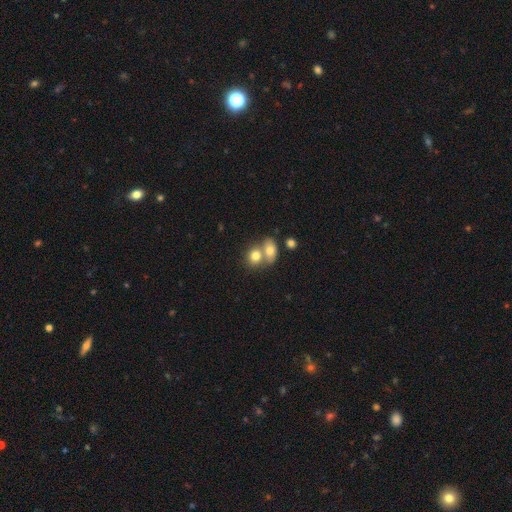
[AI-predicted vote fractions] Smooth or featured: smooth — 76% (featured or disk — 14%)
How rounded: round — 56% (in between — 42%)
Merging: merger — 58% (none — 32%)